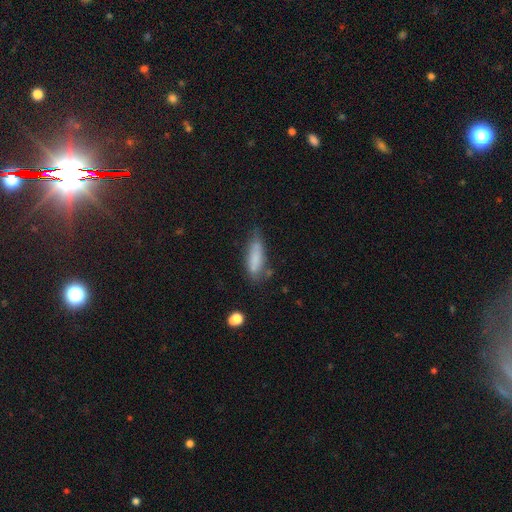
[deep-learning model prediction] Smooth or featured? Predicted: smooth (p=0.77). How rounded? Predicted: cigar-shaped (p=0.51). Merging? Predicted: none (p=0.53).